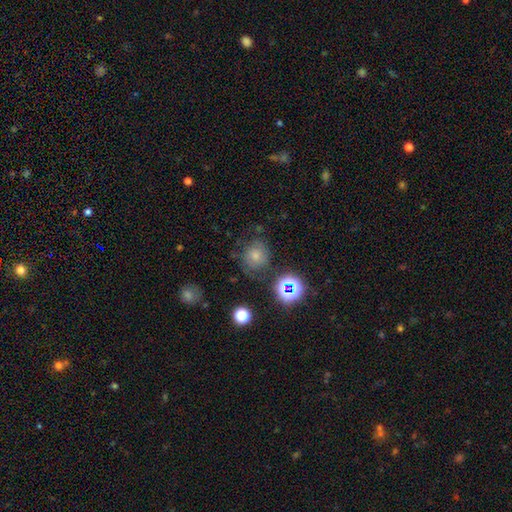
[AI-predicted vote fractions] Smooth or featured: smooth — 63% (star or artifact — 20%)
How rounded: round — 78% (in between — 21%)
Merging: none — 65% (minor disturbance — 21%)